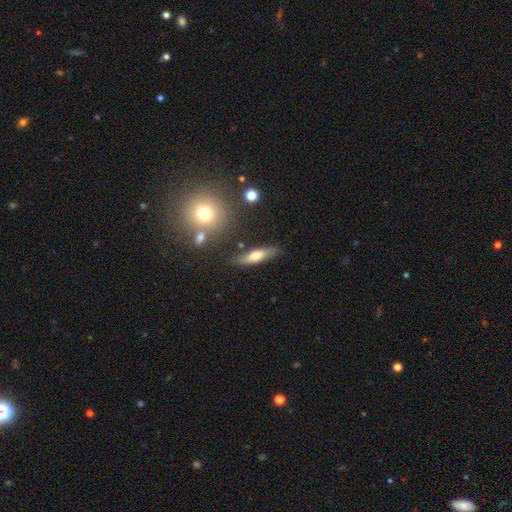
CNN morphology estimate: type=smooth (58%); roundness=cigar-shaped (63%); merging=none (79%).